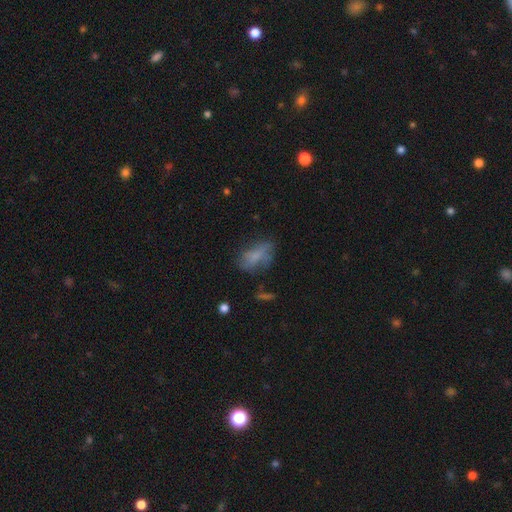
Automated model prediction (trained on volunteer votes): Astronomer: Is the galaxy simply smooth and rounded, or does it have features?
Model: smooth — 65%.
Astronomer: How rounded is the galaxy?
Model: in between — 84%.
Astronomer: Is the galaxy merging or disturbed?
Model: none — 49% (runner-up: minor disturbance, 28%).